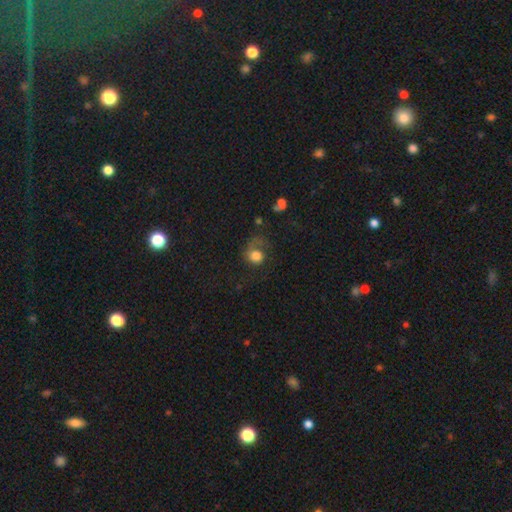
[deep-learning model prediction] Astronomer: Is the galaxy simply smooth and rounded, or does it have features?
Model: smooth — 64%.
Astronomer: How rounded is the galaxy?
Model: round — 74%.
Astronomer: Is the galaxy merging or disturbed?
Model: major disturbance — 43% (runner-up: none, 33%).